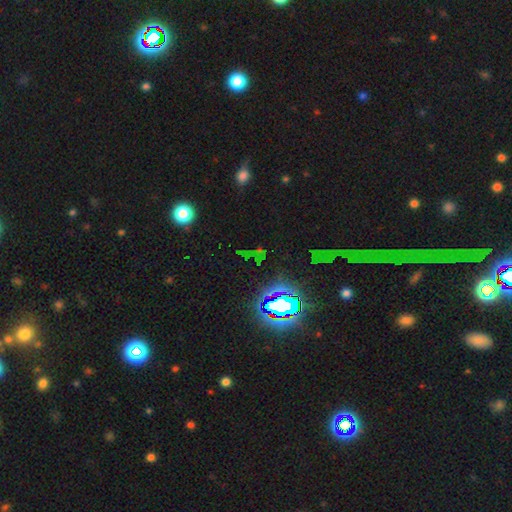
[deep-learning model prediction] Overall: star or artifact (75%).